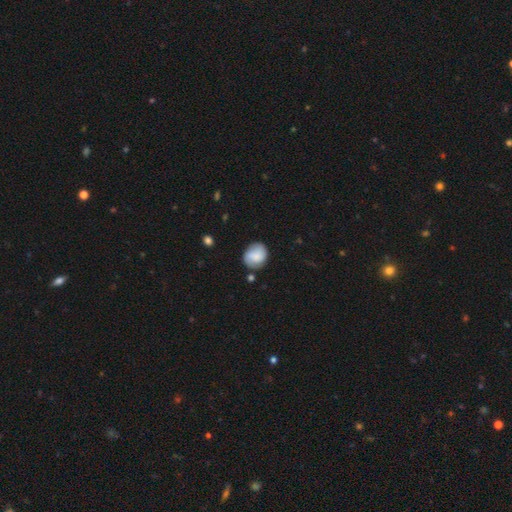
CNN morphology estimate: A smooth galaxy with no disk features (74%) that is round (69%). Merging: none (75%).